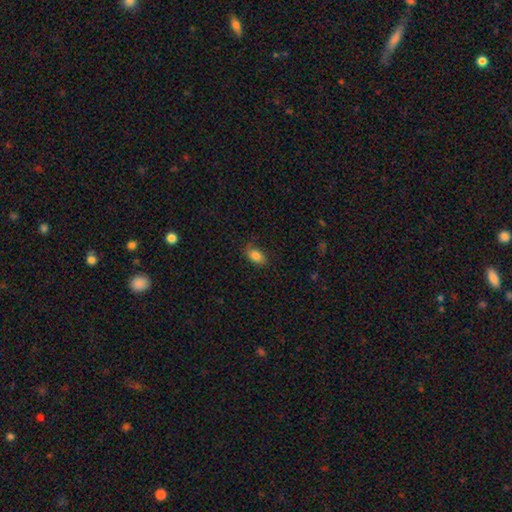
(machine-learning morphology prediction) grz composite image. It shows a smooth galaxy with no disk features (85%) that is in between round and cigar-shaped (89%). Merging: none (81%).